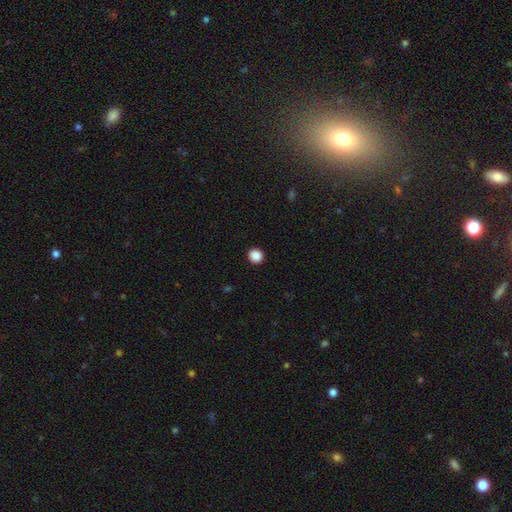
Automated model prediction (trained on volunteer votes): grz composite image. It shows a smooth galaxy with no disk features (88%) that is round (89%). Merging: none (93%).